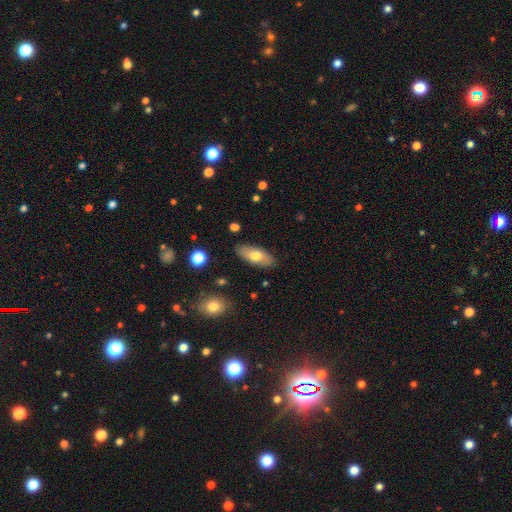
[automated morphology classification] A smooth galaxy with no disk features (69%) that is in between round and cigar-shaped (82%).

Vote fractions:
- Smooth or featured? smooth: 69% / featured or disk: 25% / star or artifact: 6%
- How rounded? in between: 82% / cigar-shaped: 16% / round: 3%
- Merging? none: 86% / minor disturbance: 10% / major disturbance: 2% / merger: 2%